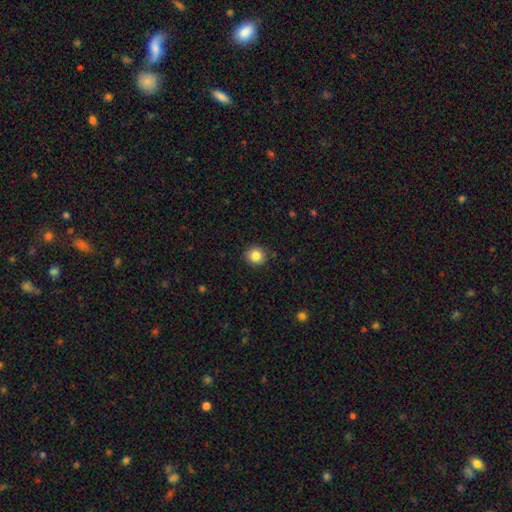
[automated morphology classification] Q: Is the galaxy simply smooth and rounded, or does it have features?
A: smooth — 84%.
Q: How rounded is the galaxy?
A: round — 92%.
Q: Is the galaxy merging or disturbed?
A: none — 90%.